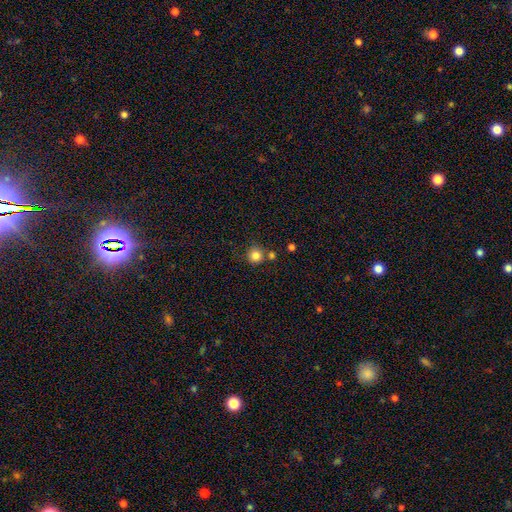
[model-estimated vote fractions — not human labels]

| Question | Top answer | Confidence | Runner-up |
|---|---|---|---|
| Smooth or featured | smooth | 83% | star or artifact (11%) |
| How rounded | round | 93% | in between (6%) |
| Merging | none | 71% | merger (15%) |